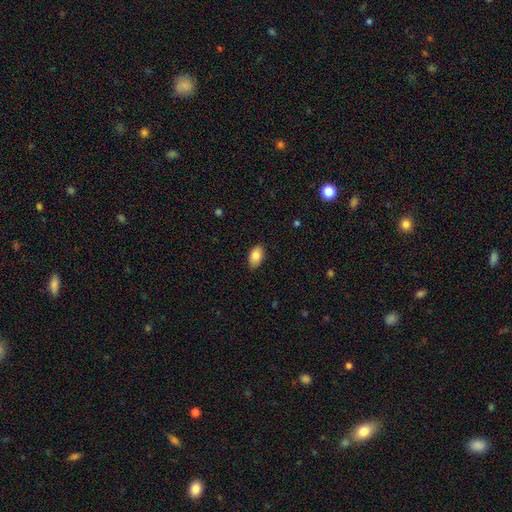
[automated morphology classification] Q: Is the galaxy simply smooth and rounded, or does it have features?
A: smooth — 85%.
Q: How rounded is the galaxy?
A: in between — 92%.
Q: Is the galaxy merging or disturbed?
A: none — 86%.